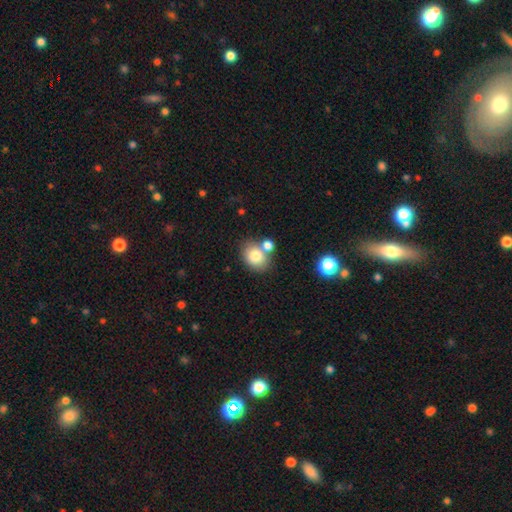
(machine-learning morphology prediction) This appears to be a smooth galaxy with no disk features (79%) that is round (52%). Merging: none (59%).